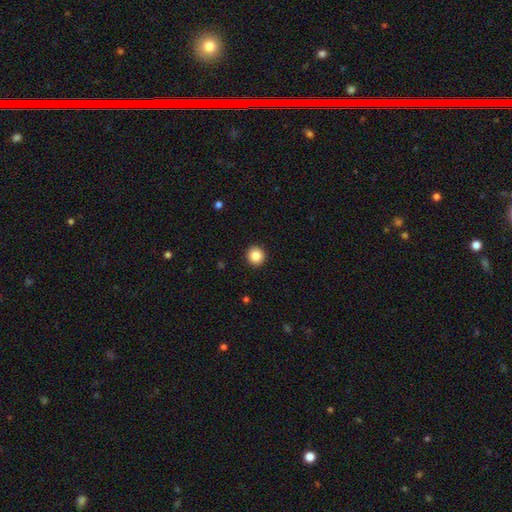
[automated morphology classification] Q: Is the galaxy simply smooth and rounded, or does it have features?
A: smooth — 86%.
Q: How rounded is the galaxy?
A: round — 95%.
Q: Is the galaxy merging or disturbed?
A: none — 93%.